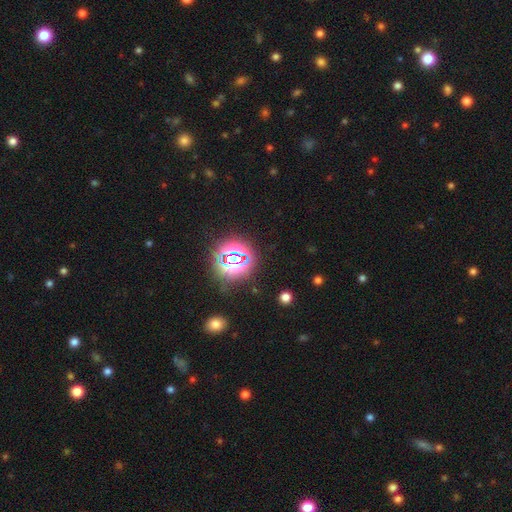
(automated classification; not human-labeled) Smooth or featured: star or artifact — 75% (smooth — 17%)